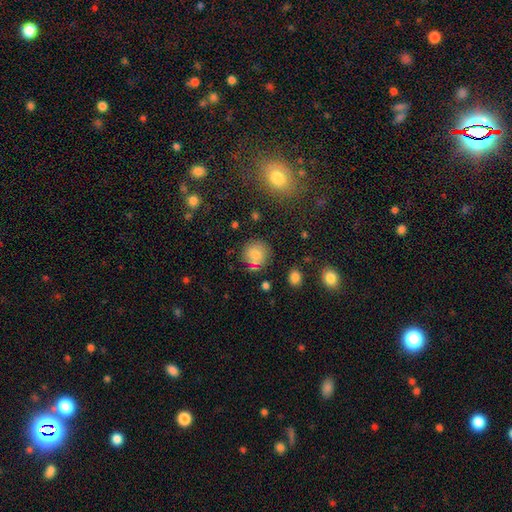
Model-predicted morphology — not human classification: Overall: smooth (77%). How rounded: round (89%). Merging: none (77%).